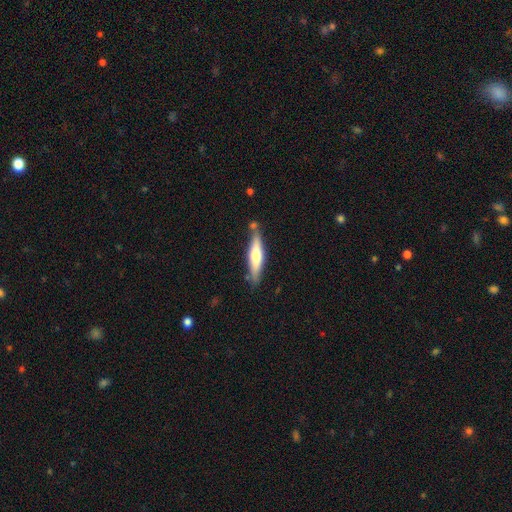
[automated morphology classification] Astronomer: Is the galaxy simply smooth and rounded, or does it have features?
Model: smooth — 50% (runner-up: featured or disk, 44%).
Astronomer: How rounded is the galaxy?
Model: cigar-shaped — 79%.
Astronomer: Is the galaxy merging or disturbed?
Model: none — 74%.